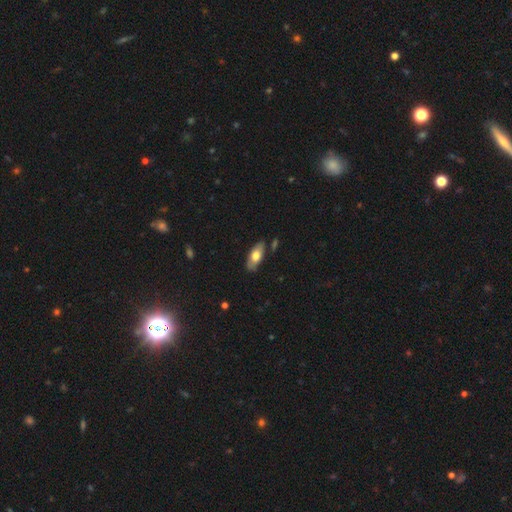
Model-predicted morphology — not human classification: This appears to be a smooth galaxy with no disk features (65%) that is in between round and cigar-shaped (83%). Merging: none (80%).